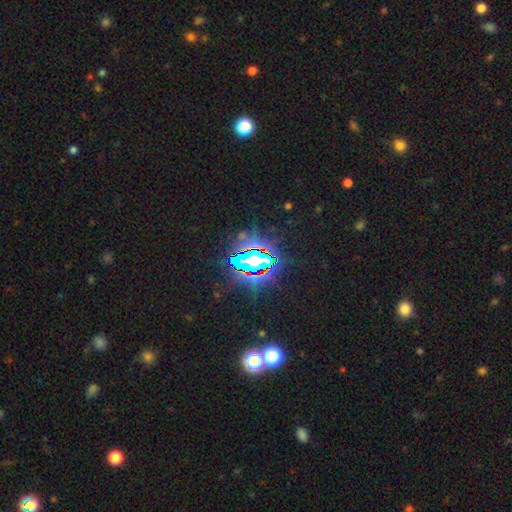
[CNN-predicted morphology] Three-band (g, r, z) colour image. It shows a star or artifact, not a galaxy (80%).